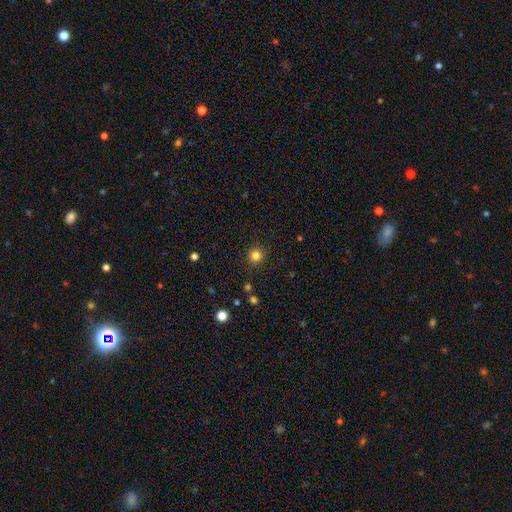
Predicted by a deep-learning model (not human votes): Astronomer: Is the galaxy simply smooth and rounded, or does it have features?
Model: smooth — 82%.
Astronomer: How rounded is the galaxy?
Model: round — 93%.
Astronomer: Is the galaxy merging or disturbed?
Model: none — 91%.